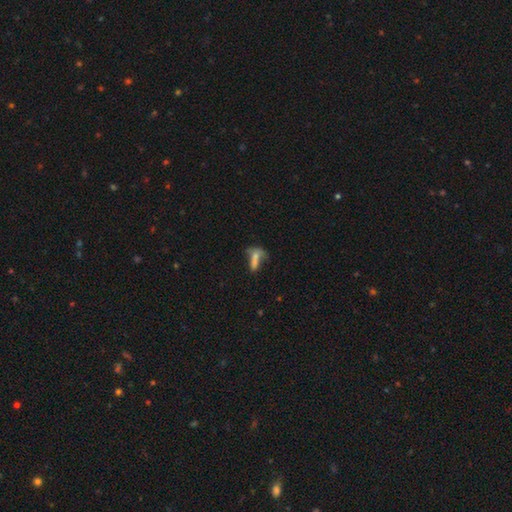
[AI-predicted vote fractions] This appears to be a smooth galaxy with no disk features (57%) that is in between round and cigar-shaped (50%). Merging: merger (34%).